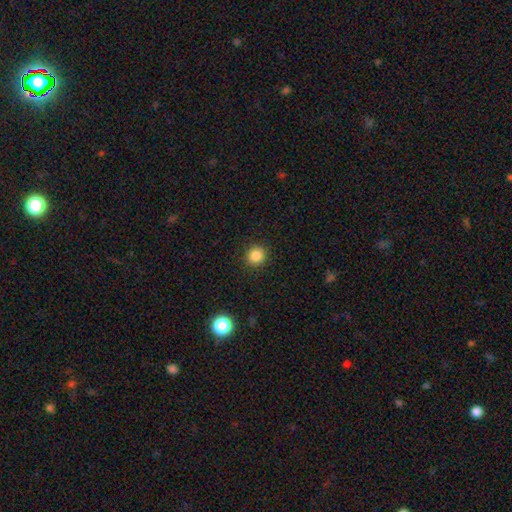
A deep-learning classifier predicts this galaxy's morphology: The model was most divided on "smooth or featured": smooth: 85%, star or artifact: 11%, featured or disk: 4%. More confident: merging — none (91%); how rounded — round (91%).